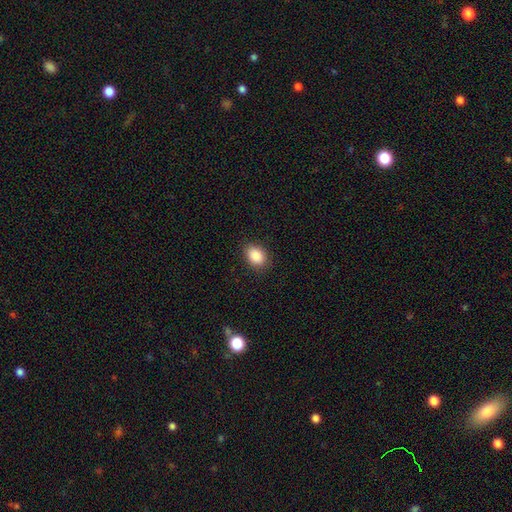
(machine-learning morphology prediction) Smooth or featured? smooth (89%)
How rounded? in between (78%)
Merging? none (87%)